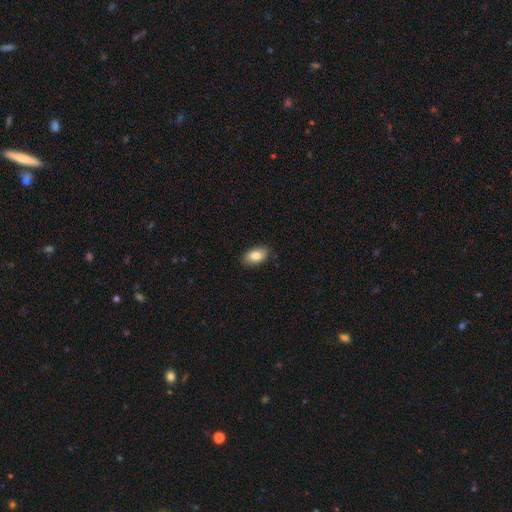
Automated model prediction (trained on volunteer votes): Q: Smooth or featured?
A: smooth (84%); runner-up: featured or disk (9%)
Q: How rounded?
A: in between (91%); runner-up: round (7%)
Q: Merging?
A: none (87%); runner-up: minor disturbance (10%)